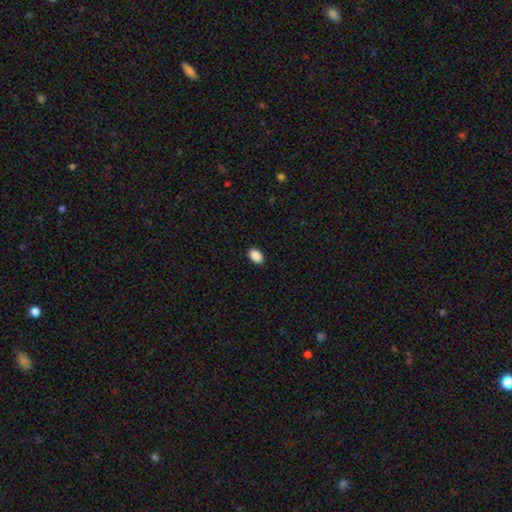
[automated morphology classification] Q: Smooth or featured?
A: smooth (90%); runner-up: star or artifact (8%)
Q: How rounded?
A: in between (86%); runner-up: round (13%)
Q: Merging?
A: none (90%); runner-up: minor disturbance (7%)